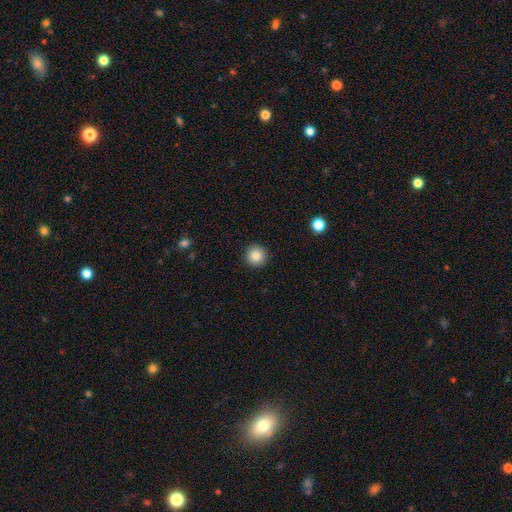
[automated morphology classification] Smooth or featured? smooth (85%)
How rounded? round (96%)
Merging? none (93%)